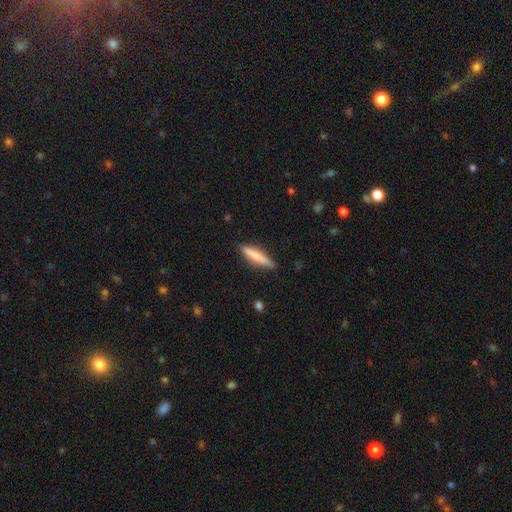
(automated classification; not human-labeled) Morphology: type=smooth (70%); roundness=cigar-shaped (86%); merging=none (86%).